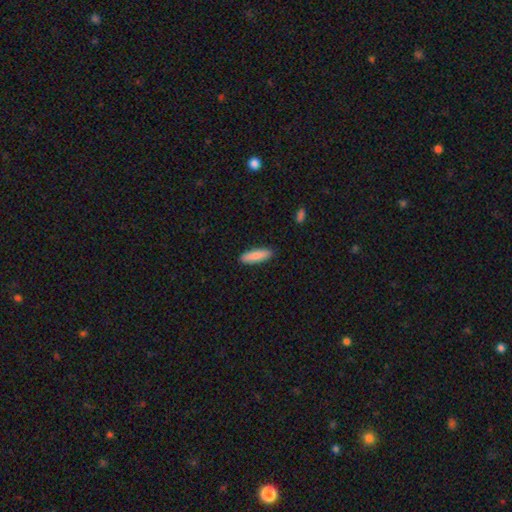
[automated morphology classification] Overall: smooth (88%). How rounded: cigar-shaped (61%; in between 38%). Merging: none (90%).